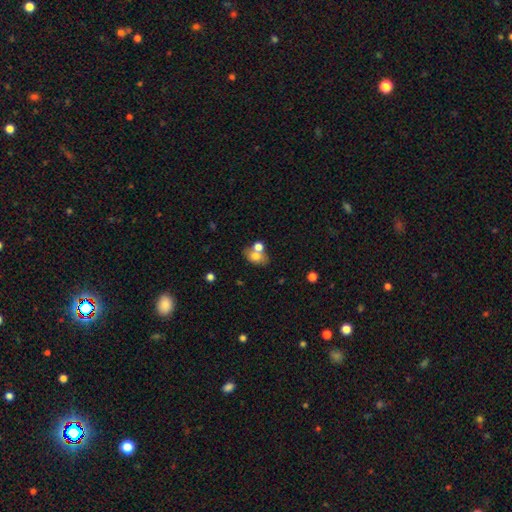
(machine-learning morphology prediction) This appears to be a smooth galaxy with no disk features (70%) that is in between round and cigar-shaped (71%). Merging: none (42%).